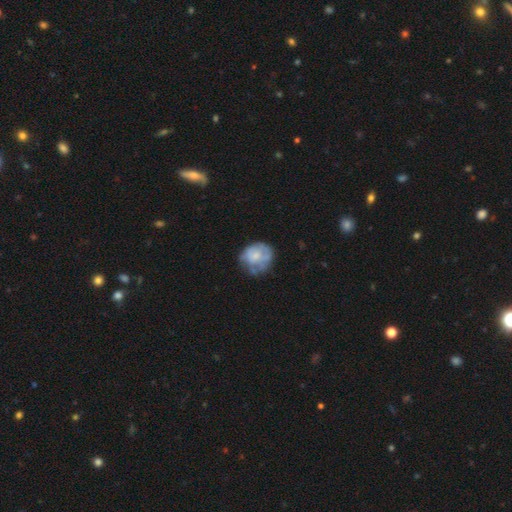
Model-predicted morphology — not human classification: This appears to be a smooth galaxy with no disk features (51%) that is round (74%). Merging: none (49%).